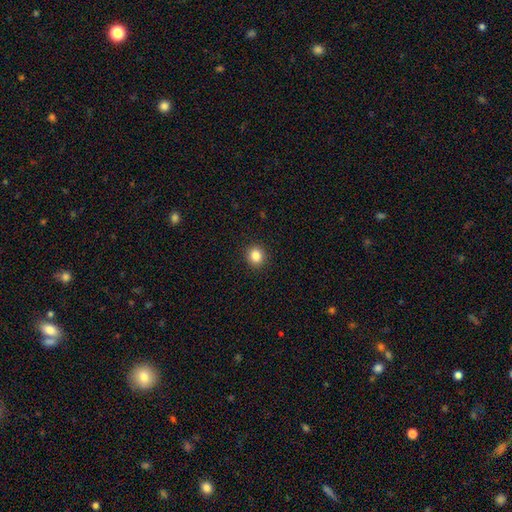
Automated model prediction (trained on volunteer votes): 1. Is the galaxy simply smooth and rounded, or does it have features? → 86% smooth, 10% star or artifact, 4% featured or disk.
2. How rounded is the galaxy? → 83% round, 16% in between, 1% cigar-shaped.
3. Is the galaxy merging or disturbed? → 91% none, 6% minor disturbance, 2% major disturbance, 1% merger.